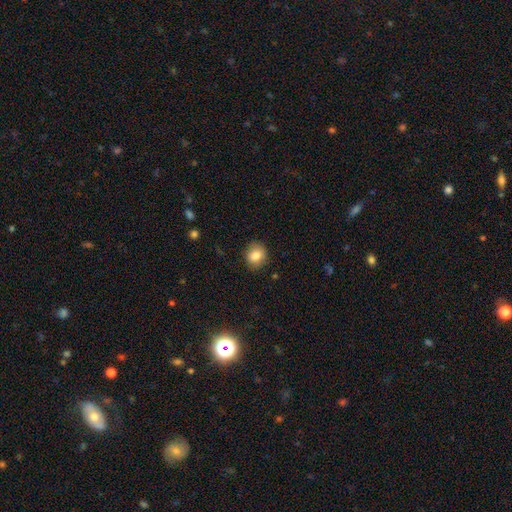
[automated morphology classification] Overall: smooth (82%). How rounded: round (67%; in between 32%). Merging: none (85%).